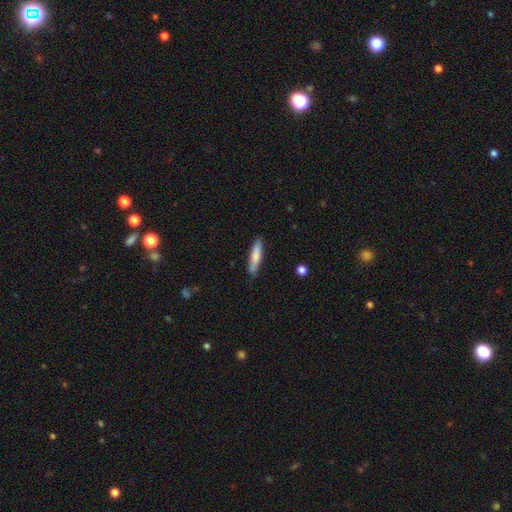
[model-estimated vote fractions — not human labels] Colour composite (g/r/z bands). It shows a smooth galaxy with no disk features (76%) that is cigar-shaped (82%). Merging: none (83%).